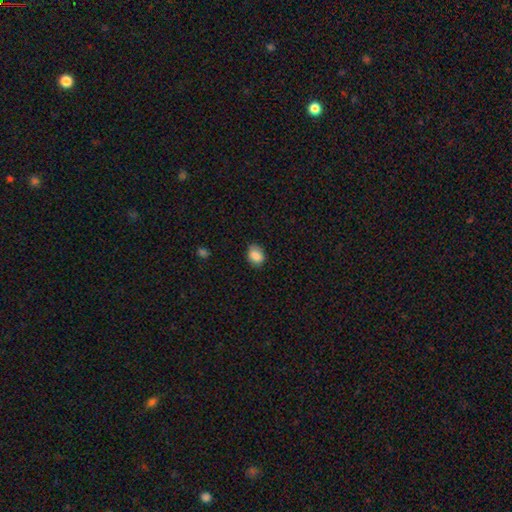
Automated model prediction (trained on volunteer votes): Q: Smooth or featured?
A: smooth (87%); runner-up: star or artifact (8%)
Q: How rounded?
A: in between (63%); runner-up: round (36%)
Q: Merging?
A: none (75%); runner-up: minor disturbance (21%)